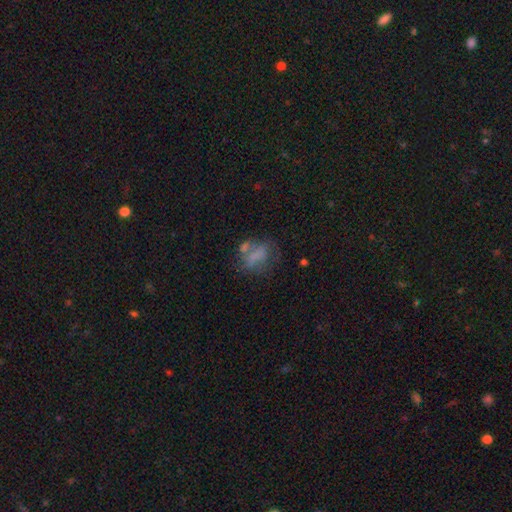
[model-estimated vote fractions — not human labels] The model was most divided on "merging": none: 35%, major disturbance: 25%, minor disturbance: 21%, merger: 19%. More confident: how rounded — in between (66%); smooth or featured — smooth (50%).